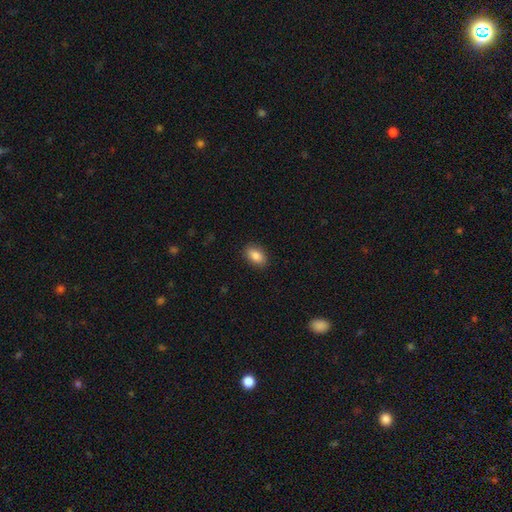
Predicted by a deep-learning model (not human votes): Smooth or featured? Predicted: smooth (p=0.86). How rounded? Predicted: in between (p=0.90). Merging? Predicted: none (p=0.89).